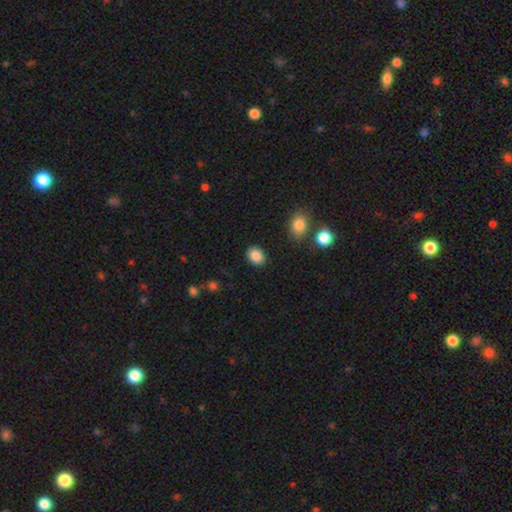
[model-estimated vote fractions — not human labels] smooth 88%, star or artifact 9%, featured or disk 4%. Down the decision tree: how rounded — in between (56%); merging — none (88%).